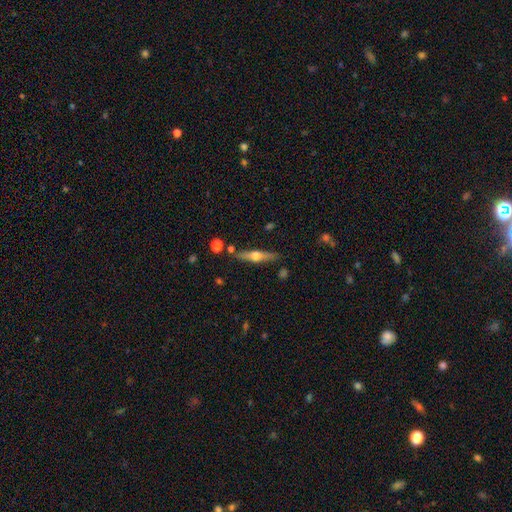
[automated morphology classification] featured or disk 65%, smooth 29%, star or artifact 6%. Down the decision tree: edge-on disk — yes (96%); edge-on bulge — rounded (95%); merging — none (85%).